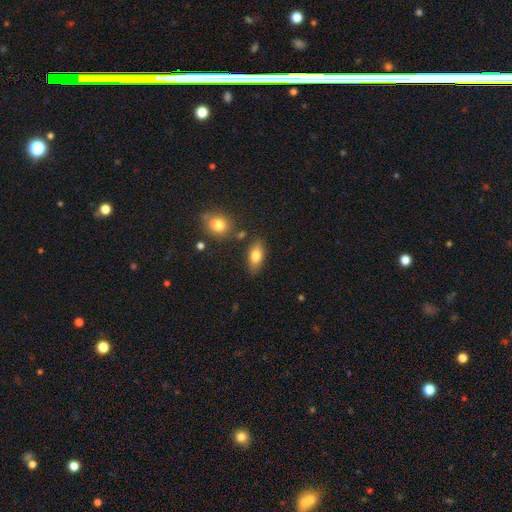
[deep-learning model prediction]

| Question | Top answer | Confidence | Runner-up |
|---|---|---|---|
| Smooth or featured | smooth | 79% | featured or disk (13%) |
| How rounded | in between | 86% | cigar-shaped (8%) |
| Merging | none | 80% | minor disturbance (12%) |